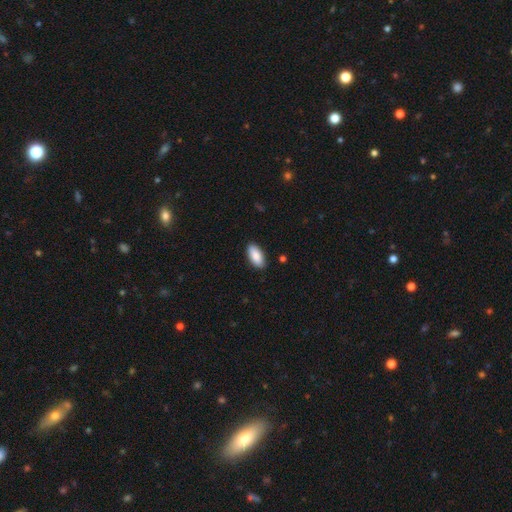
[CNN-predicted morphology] smooth-or-featured: smooth: 87% | featured or disk: 7% | star or artifact: 6%
  how-rounded: in between: 92% | cigar-shaped: 7% | round: 2%
  merging: none: 89% | minor disturbance: 8% | major disturbance: 2% | merger: 1%